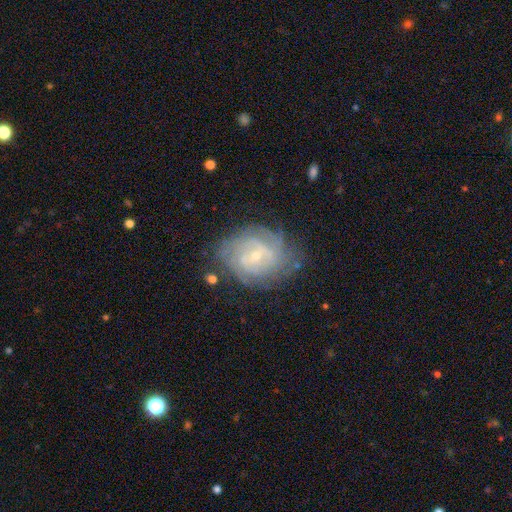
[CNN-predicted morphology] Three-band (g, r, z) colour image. It shows a featured or disk galaxy (79%) with no bar (46%), tight (67%) spiral arms (92%) and a small central bulge (75%). Merging: none (72%).